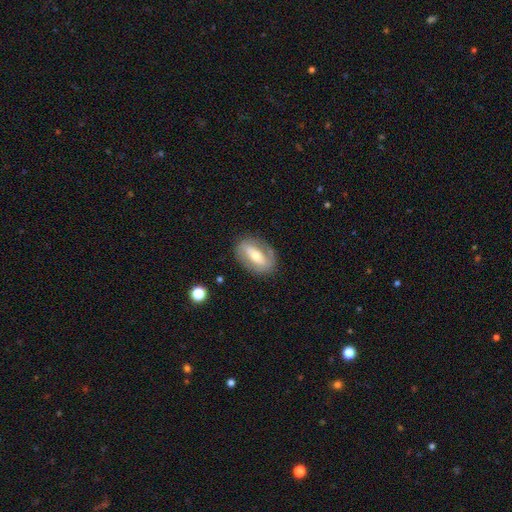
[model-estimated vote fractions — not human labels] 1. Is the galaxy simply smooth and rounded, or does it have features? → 63% featured or disk, 31% smooth, 6% star or artifact.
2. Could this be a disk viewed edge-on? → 91% no, 9% yes.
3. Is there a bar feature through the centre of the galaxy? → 47% strong, 28% weak, 25% no.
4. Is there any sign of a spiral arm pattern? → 50% no (tied), 50% yes (tied).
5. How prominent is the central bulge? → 60% moderate, 31% small, 6% large, 1% dominant, 1% none.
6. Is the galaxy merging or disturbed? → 81% none, 13% minor disturbance, 5% major disturbance, 1% merger.